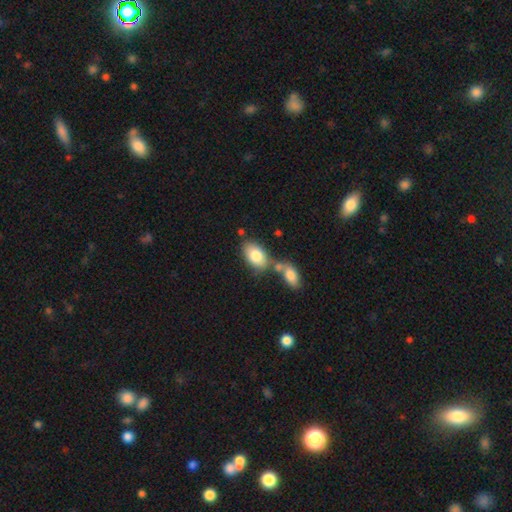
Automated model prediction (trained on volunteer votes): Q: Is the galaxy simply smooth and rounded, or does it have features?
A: smooth — 81%.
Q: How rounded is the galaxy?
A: in between — 92%.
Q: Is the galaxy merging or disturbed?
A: none — 50%.